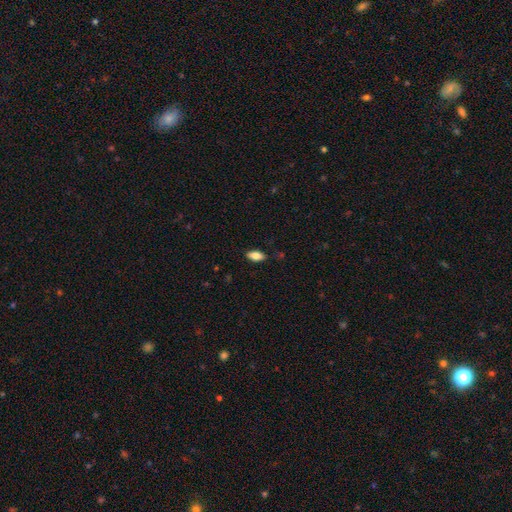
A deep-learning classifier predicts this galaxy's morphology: smooth-or-featured: smooth: 78% | featured or disk: 15% | star or artifact: 7%
  how-rounded: in between: 88% | cigar-shaped: 9% | round: 3%
  merging: none: 86% | minor disturbance: 11% | major disturbance: 2% | merger: 1%